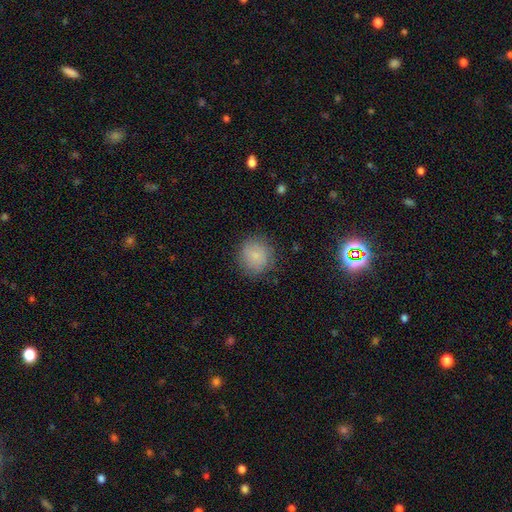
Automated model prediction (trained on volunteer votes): Smooth or featured?
  - smooth: 82% *
  - star or artifact: 9%
  - featured or disk: 9%
How rounded?
  - round: 91% *
  - in between: 8%
  - cigar-shaped: 1%
Merging?
  - none: 82% *
  - minor disturbance: 13%
  - major disturbance: 4%
  - merger: 1%